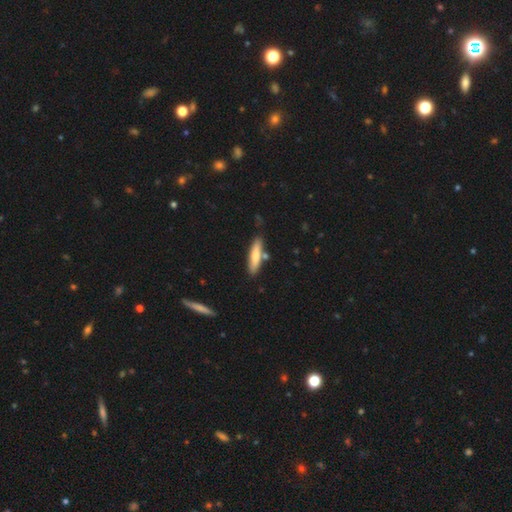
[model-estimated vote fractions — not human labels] The model was most divided on "smooth or featured": smooth: 71%, featured or disk: 23%, star or artifact: 6%. More confident: merging — none (78%); how rounded — cigar-shaped (78%).